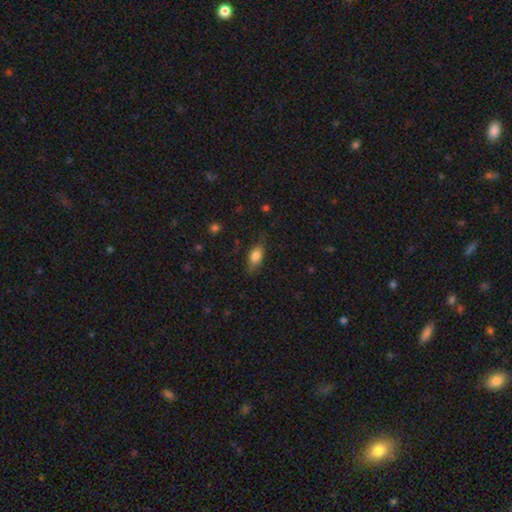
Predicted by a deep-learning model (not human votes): Smooth or featured? Predicted: smooth (p=0.78). How rounded? Predicted: in between (p=0.83). Merging? Predicted: none (p=0.72).